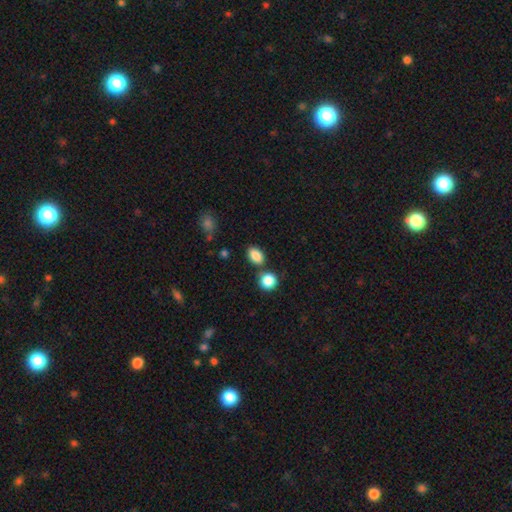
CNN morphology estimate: A smooth galaxy with no disk features (86%) that is in between round and cigar-shaped (81%). Merging: none (72%).